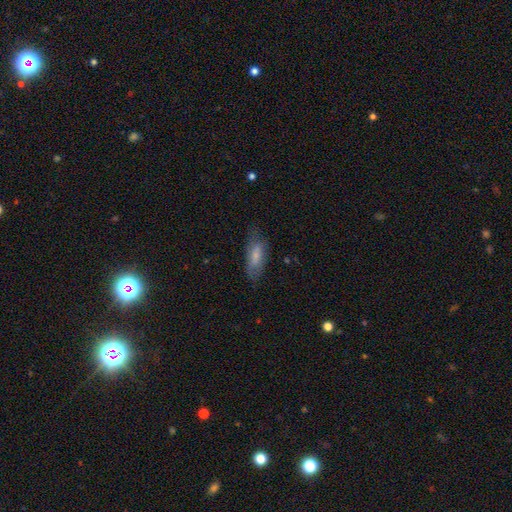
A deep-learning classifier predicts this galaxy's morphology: A smooth galaxy with no disk features (67%) that is in between round and cigar-shaped (70%).

Vote fractions:
- Smooth or featured? smooth: 67% / featured or disk: 26% / star or artifact: 6%
- How rounded? in between: 70% / cigar-shaped: 28% / round: 2%
- Merging? none: 69% / minor disturbance: 22% / major disturbance: 8% / merger: 2%